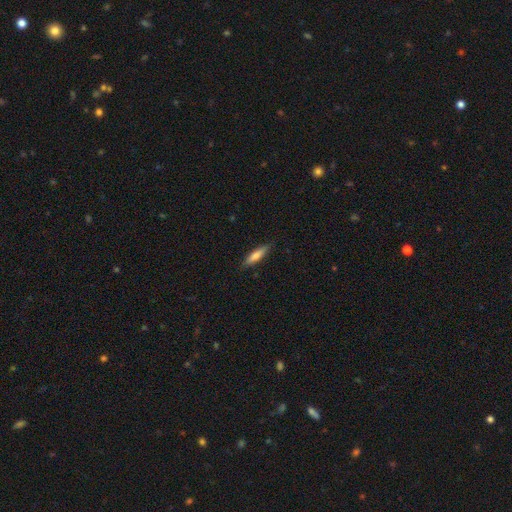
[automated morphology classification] Smooth or featured? Predicted: smooth (p=0.70). How rounded? Predicted: cigar-shaped (p=0.72). Merging? Predicted: none (p=0.84).